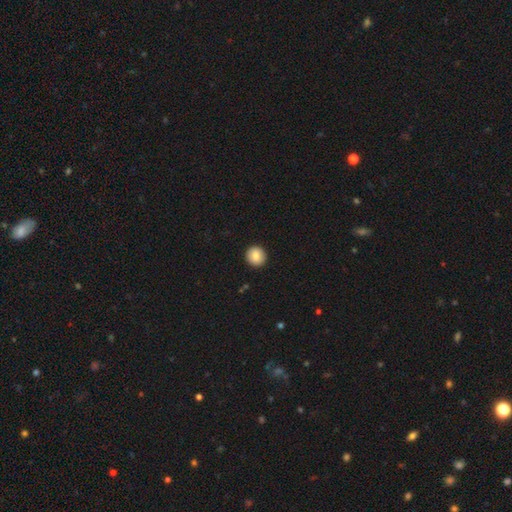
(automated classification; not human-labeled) This is clearly a smooth galaxy (84%). How rounded: clearly round (95%). Merging: clearly none (93%).